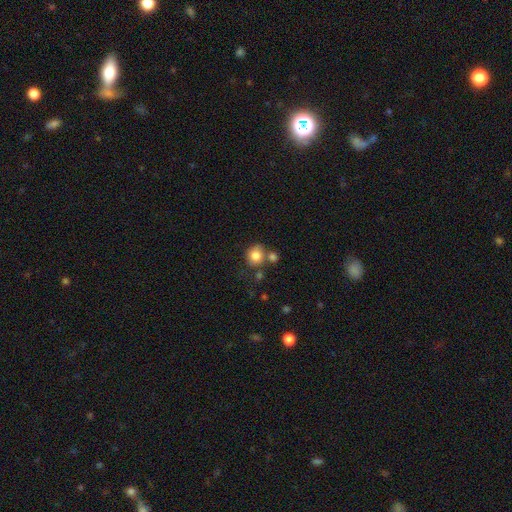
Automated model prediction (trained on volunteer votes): Smooth or featured? smooth (81%)
How rounded? round (83%)
Merging? none (59%)